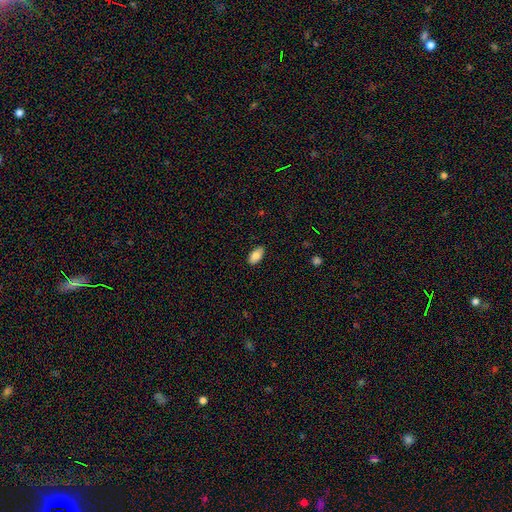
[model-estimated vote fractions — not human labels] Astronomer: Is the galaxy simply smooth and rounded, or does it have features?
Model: smooth — 82%.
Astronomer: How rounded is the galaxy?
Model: in between — 94%.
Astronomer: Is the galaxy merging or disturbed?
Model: none — 87%.